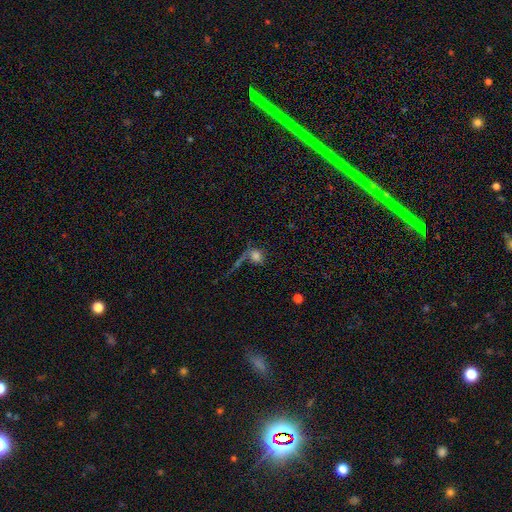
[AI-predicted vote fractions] A smooth galaxy with no disk features (68%) that is round (59%).

Vote fractions:
- Smooth or featured? smooth: 68% / star or artifact: 17% / featured or disk: 15%
- How rounded? round: 59% / in between: 37% / cigar-shaped: 4%
- Merging? none: 39% / merger: 26% / major disturbance: 21% / minor disturbance: 14%